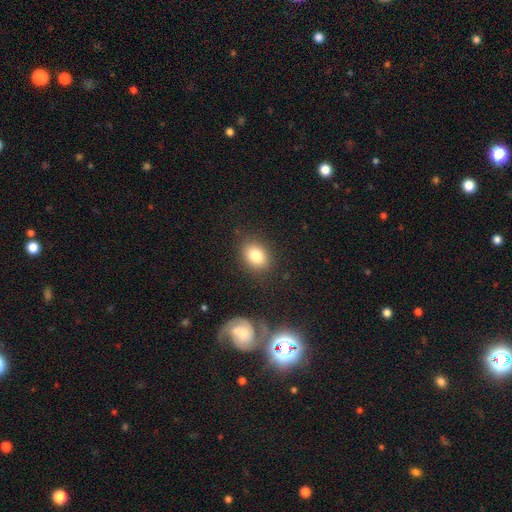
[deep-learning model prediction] smooth_or_featured: smooth (p=0.81) [alt: star or artifact p=0.10]
how_rounded: in between (p=0.63) [alt: round p=0.36]
merging: none (p=0.85) [alt: minor disturbance p=0.10]